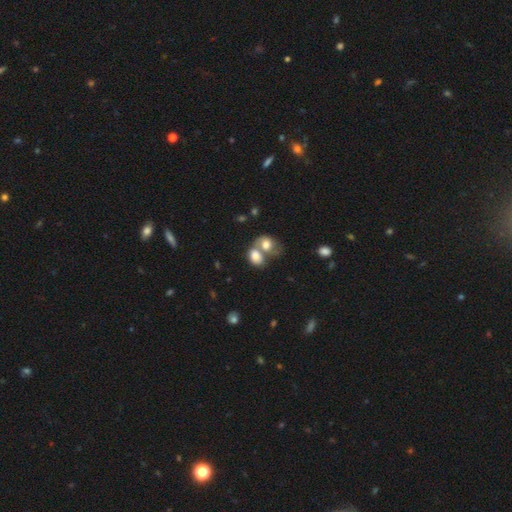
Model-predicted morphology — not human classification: Q: Smooth or featured?
A: smooth (77%); runner-up: featured or disk (15%)
Q: How rounded?
A: in between (68%); runner-up: round (31%)
Q: Merging?
A: merger (70%); runner-up: none (18%)